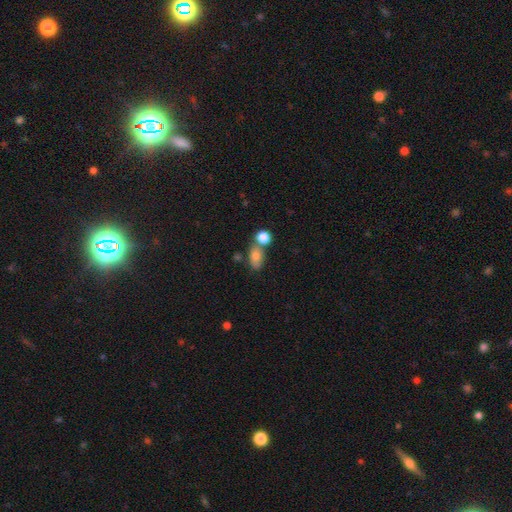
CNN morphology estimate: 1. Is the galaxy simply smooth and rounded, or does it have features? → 76% smooth, 13% featured or disk, 11% star or artifact.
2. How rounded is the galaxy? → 78% in between, 19% round, 3% cigar-shaped.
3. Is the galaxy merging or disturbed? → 49% none, 30% merger, 15% minor disturbance, 6% major disturbance.